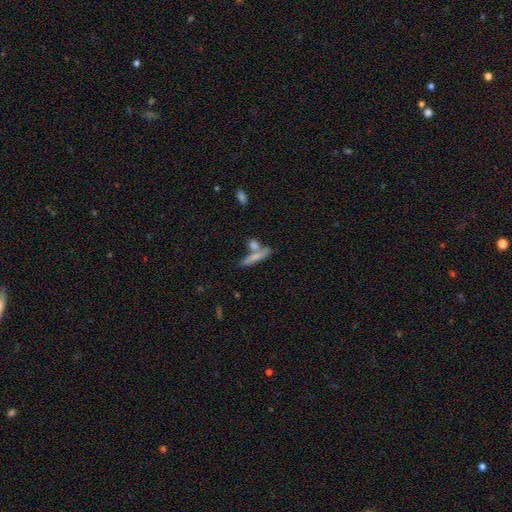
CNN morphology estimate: smooth 68%, featured or disk 24%, star or artifact 8%. Down the decision tree: how rounded — cigar-shaped (79%); merging — none (56%).